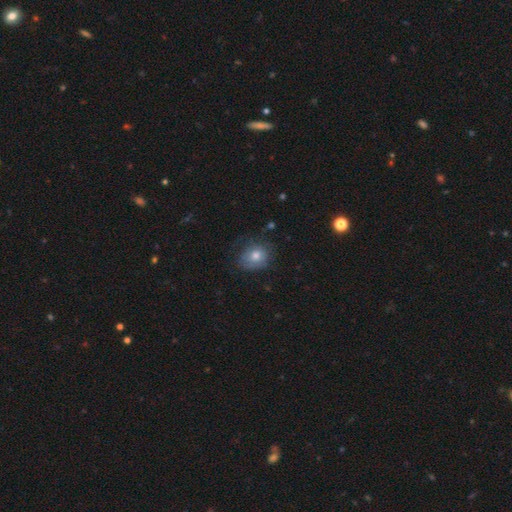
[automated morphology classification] The model was most divided on "how rounded": round: 56%, in between: 43%, cigar-shaped: 1%. More confident: smooth or featured — smooth (68%); merging — none (66%).